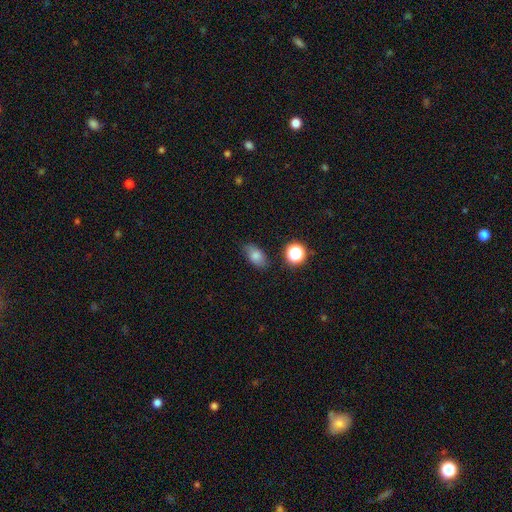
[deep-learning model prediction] Q: Smooth or featured?
A: smooth (76%); runner-up: star or artifact (12%)
Q: How rounded?
A: in between (86%); runner-up: round (11%)
Q: Merging?
A: none (77%); runner-up: minor disturbance (17%)